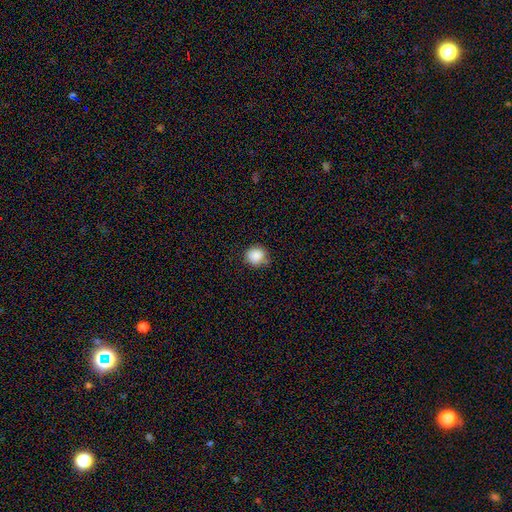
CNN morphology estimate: smooth-or-featured: smooth: 88% | star or artifact: 9% | featured or disk: 4%
  how-rounded: round: 87% | in between: 12% | cigar-shaped: 1%
  merging: none: 76% | minor disturbance: 18% | major disturbance: 3% | merger: 3%